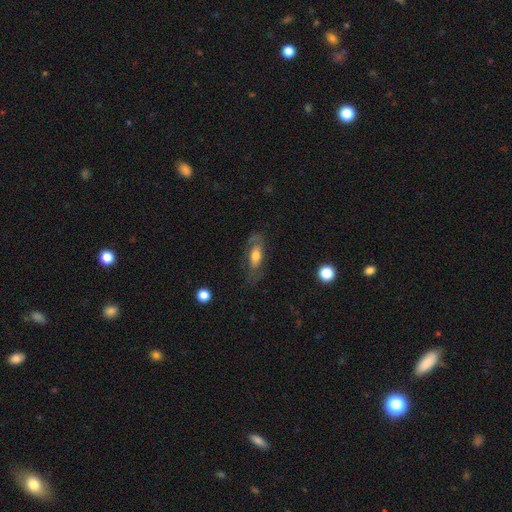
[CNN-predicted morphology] type=smooth (47%); merging=none (58%).